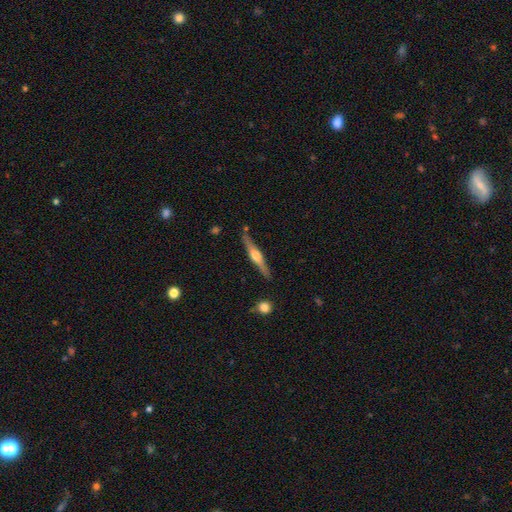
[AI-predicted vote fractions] Smooth or featured? Predicted: featured or disk (p=0.70). Edge-on disk? Predicted: yes (p=0.97). Edge-on bulge? Predicted: rounded (p=0.91). Merging? Predicted: none (p=0.85).